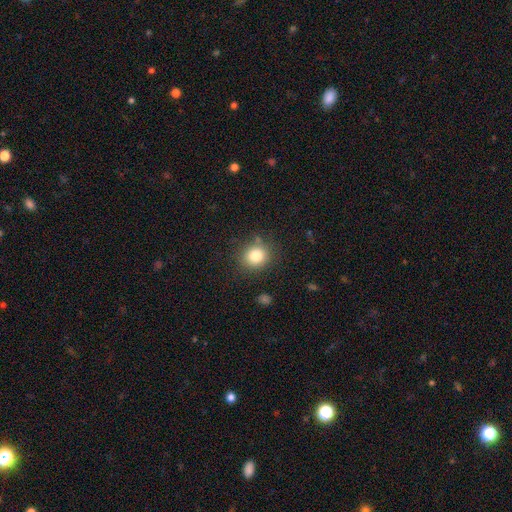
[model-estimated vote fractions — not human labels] Smooth or featured?
  - smooth: 81% *
  - star or artifact: 11%
  - featured or disk: 8%
How rounded?
  - round: 82% *
  - in between: 17%
  - cigar-shaped: 1%
Merging?
  - none: 83% *
  - minor disturbance: 11%
  - major disturbance: 4%
  - merger: 3%